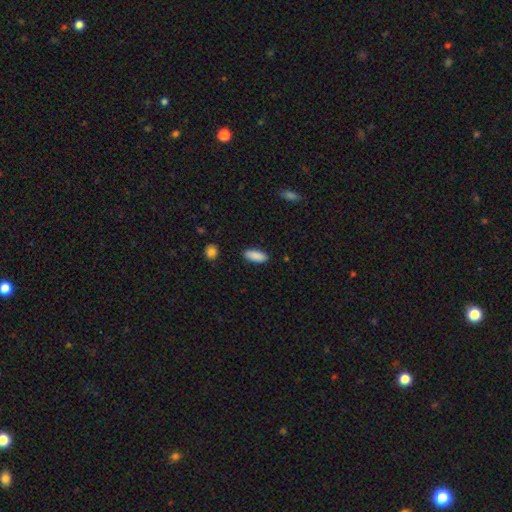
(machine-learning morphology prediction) The model was most divided on "how rounded": in between: 83%, cigar-shaped: 15%, round: 2%. More confident: smooth or featured — smooth (90%); merging — none (89%).